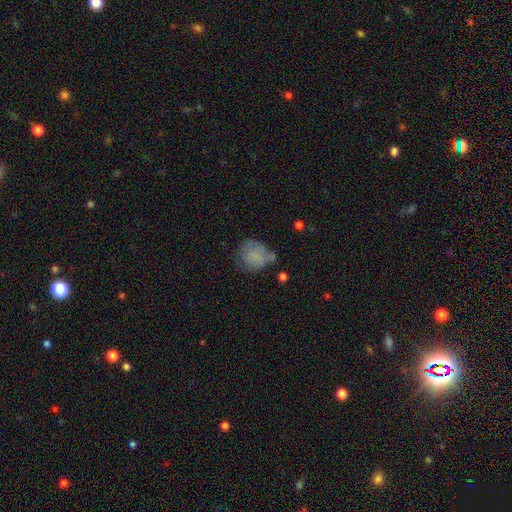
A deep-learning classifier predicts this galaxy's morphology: Q: Smooth or featured?
A: smooth (75%); runner-up: featured or disk (15%)
Q: How rounded?
A: round (72%); runner-up: in between (27%)
Q: Merging?
A: none (44%); runner-up: minor disturbance (32%)